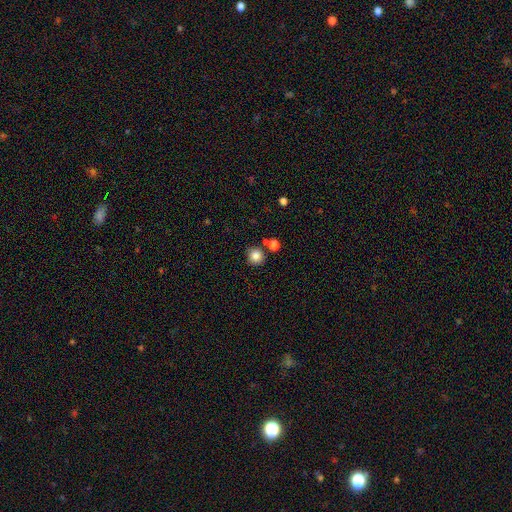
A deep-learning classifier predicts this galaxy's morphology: Smooth or featured? smooth (84%)
How rounded? round (92%)
Merging? none (79%)